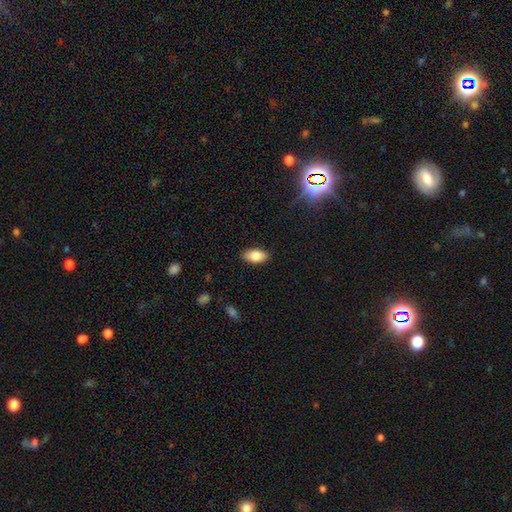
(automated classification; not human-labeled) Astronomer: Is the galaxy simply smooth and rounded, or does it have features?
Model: smooth — 83%.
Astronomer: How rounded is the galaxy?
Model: in between — 92%.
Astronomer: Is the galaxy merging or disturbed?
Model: none — 86%.